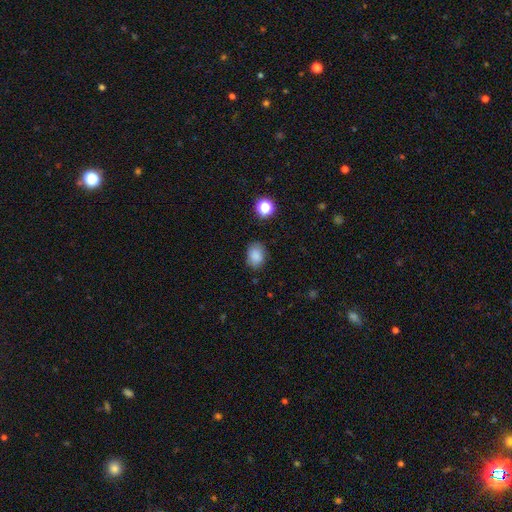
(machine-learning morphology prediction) A smooth galaxy with no disk features (84%) that is in between round and cigar-shaped (64%).

Vote fractions:
- Smooth or featured? smooth: 84% / star or artifact: 11% / featured or disk: 5%
- How rounded? in between: 64% / round: 35% / cigar-shaped: 1%
- Merging? none: 77% / minor disturbance: 17% / major disturbance: 4% / merger: 2%